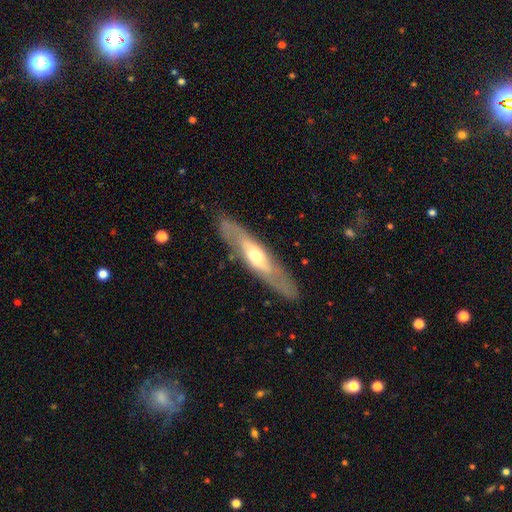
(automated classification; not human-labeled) A featured or disk galaxy (63%). Merging: none (83%).